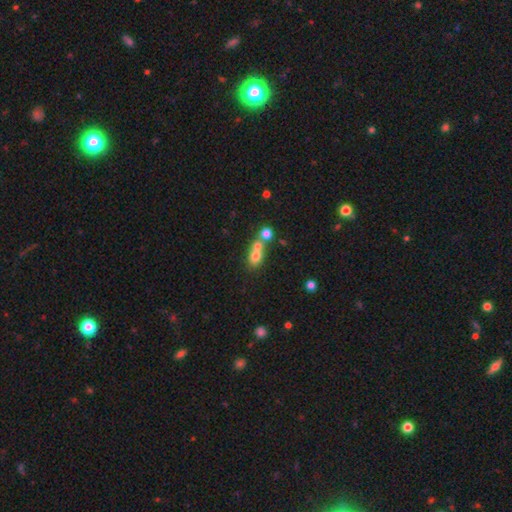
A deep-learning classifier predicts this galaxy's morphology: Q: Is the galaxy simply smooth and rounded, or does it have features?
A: smooth — 69%.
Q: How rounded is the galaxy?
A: round — 52%.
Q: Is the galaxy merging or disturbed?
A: merger — 62%.